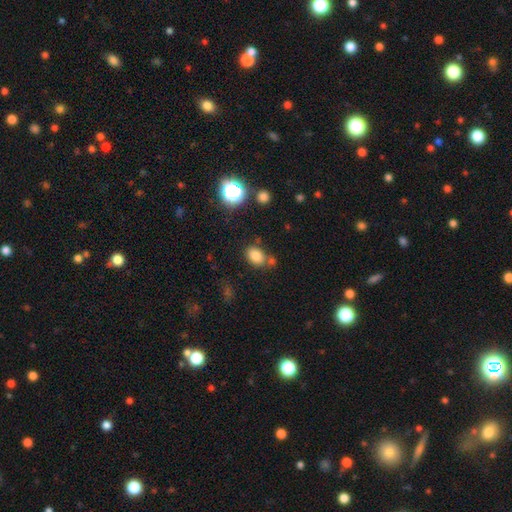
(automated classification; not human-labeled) A smooth galaxy with no disk features (81%) that is in between round and cigar-shaped (73%).

Vote fractions:
- Smooth or featured? smooth: 81% / star or artifact: 12% / featured or disk: 7%
- How rounded? in between: 73% / round: 26% / cigar-shaped: 1%
- Merging? none: 66% / minor disturbance: 15% / merger: 14% / major disturbance: 5%